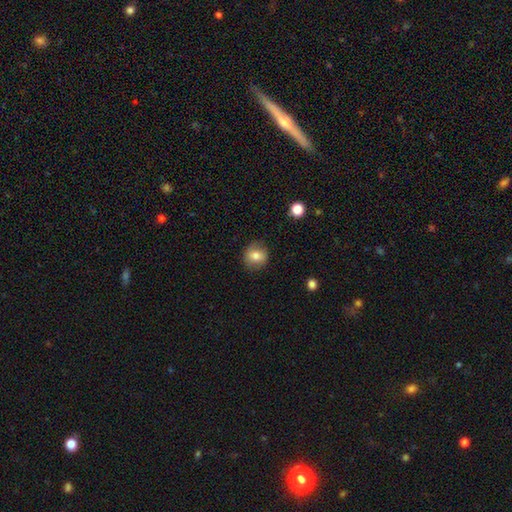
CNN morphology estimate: A smooth galaxy with no disk features (77%) that is round (83%).

Vote fractions:
- Smooth or featured? smooth: 77% / featured or disk: 14% / star or artifact: 9%
- How rounded? round: 83% / in between: 16% / cigar-shaped: 1%
- Merging? none: 84% / minor disturbance: 12% / major disturbance: 3% / merger: 1%